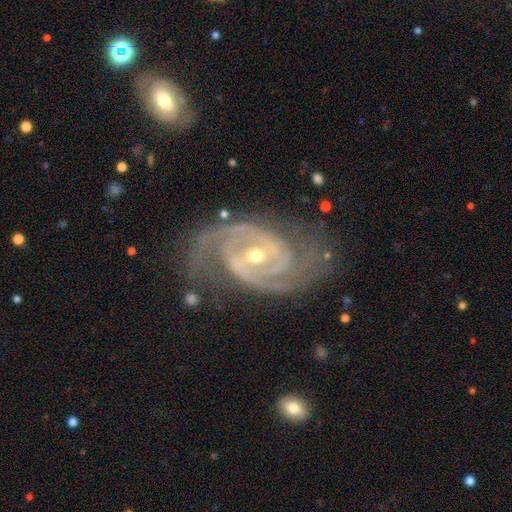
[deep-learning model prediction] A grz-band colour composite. It shows a featured or disk galaxy (92%) with a weak bar (42%), 2 (74%) tight (51%) spiral arms (98%) and a small central bulge (49%). Merging: none (69%).